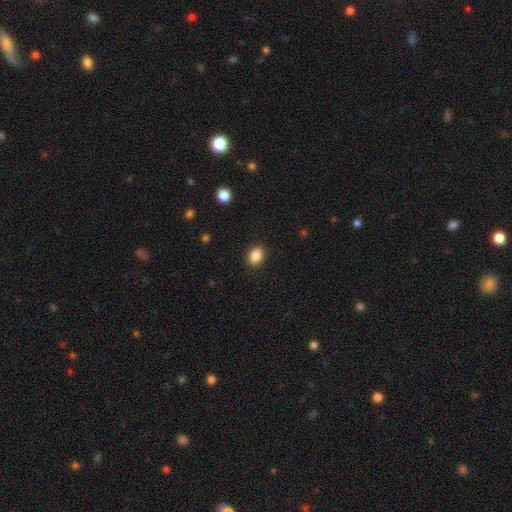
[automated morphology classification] type=smooth (87%); roundness=in between (71%); merging=none (90%).